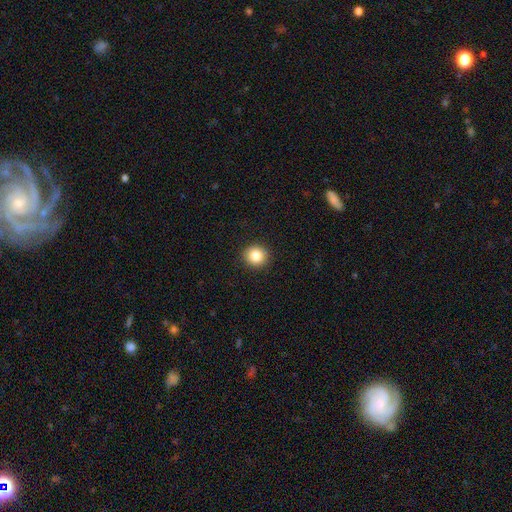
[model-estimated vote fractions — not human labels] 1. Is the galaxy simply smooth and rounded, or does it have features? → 84% smooth, 10% star or artifact, 6% featured or disk.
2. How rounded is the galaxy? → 90% round, 9% in between, 1% cigar-shaped.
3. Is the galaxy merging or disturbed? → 92% none, 5% minor disturbance, 2% major disturbance, 1% merger.